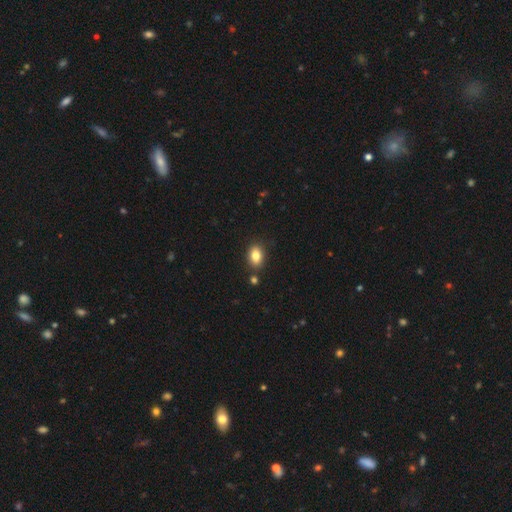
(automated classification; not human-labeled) This appears to be a smooth galaxy with no disk features (84%) that is in between round and cigar-shaped (80%). Merging: none (83%).